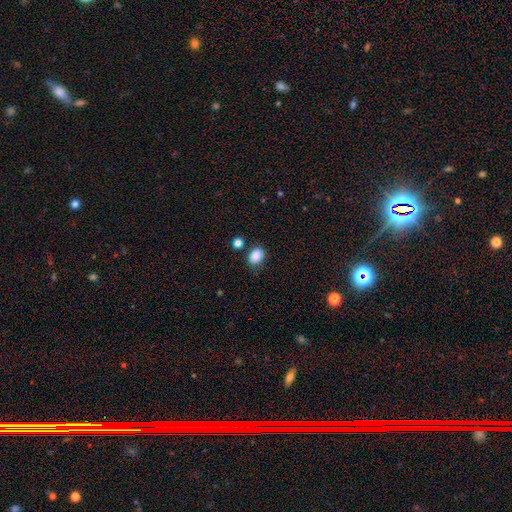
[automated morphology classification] Smooth or featured?
  - smooth: 86% *
  - star or artifact: 10%
  - featured or disk: 4%
How rounded?
  - in between: 59% *
  - round: 40%
  - cigar-shaped: 1%
Merging?
  - none: 71% *
  - minor disturbance: 18%
  - merger: 6%
  - major disturbance: 5%